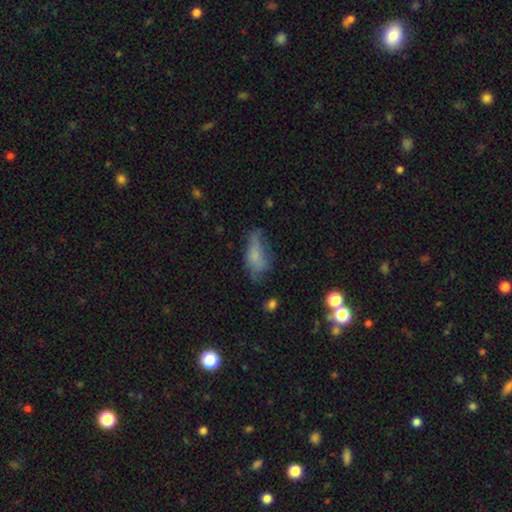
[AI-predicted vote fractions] smooth 60%, featured or disk 28%, star or artifact 12%. Down the decision tree: how rounded — in between (80%); merging — none (34%, tied with minor disturbance).